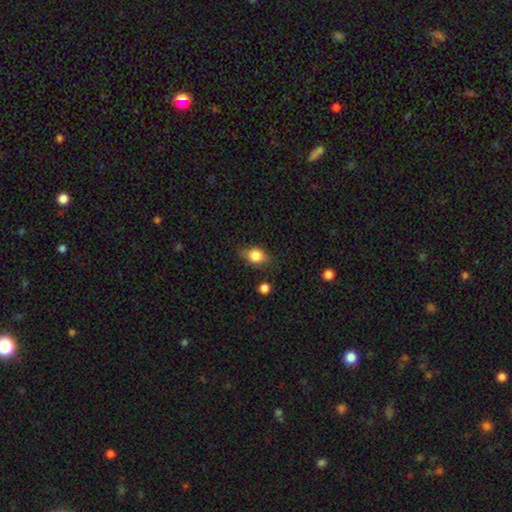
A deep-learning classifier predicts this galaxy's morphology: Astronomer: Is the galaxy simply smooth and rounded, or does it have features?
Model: smooth — 74%.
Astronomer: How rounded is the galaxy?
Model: in between — 59% (runner-up: round, 37%).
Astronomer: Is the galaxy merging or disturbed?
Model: none — 71%.